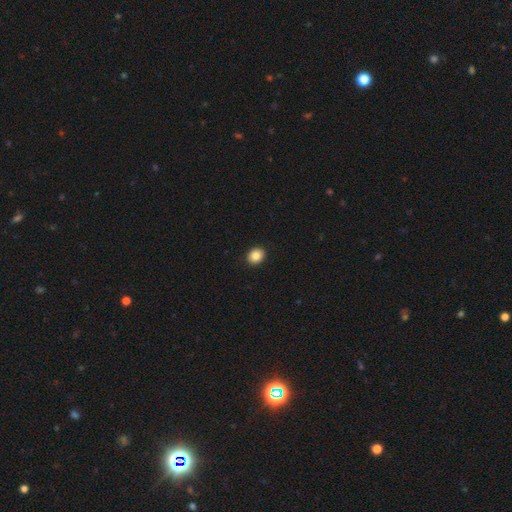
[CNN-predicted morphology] This appears to be a smooth galaxy with no disk features (85%) that is round (59%). Merging: none (92%).